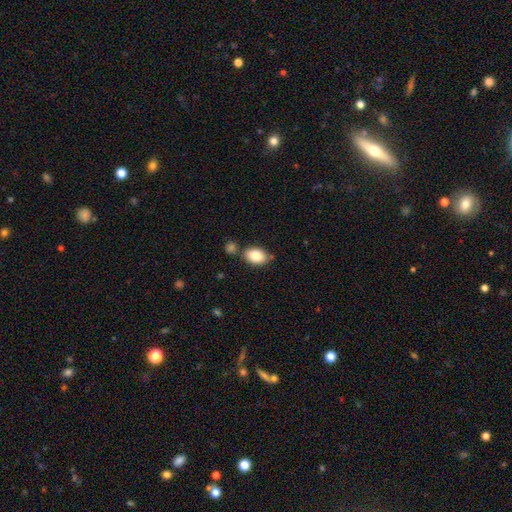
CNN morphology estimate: type=smooth (83%); roundness=in between (82%); merging=none (72%).